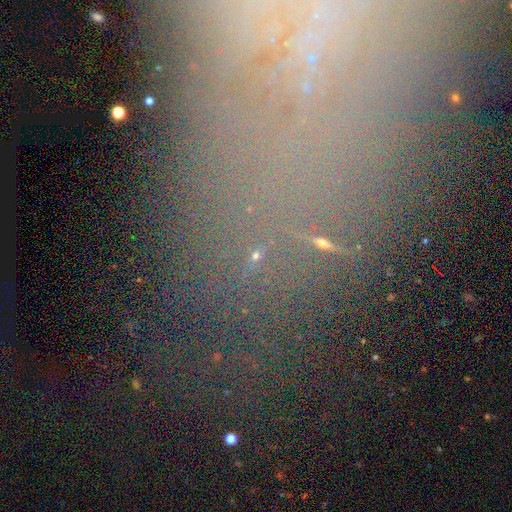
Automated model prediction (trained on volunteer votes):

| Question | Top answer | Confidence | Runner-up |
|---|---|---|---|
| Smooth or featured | star or artifact | 61% | smooth (24%) |